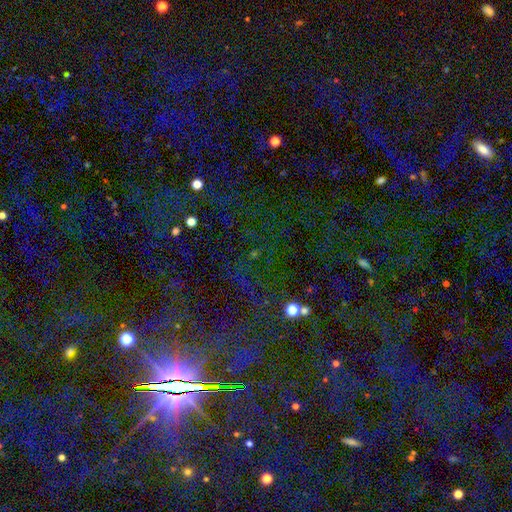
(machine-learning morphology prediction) The model was most divided on "smooth or featured": star or artifact: 85%, smooth: 8%, featured or disk: 7%.